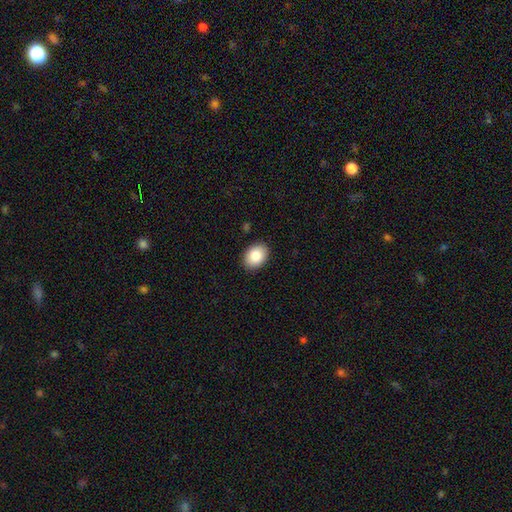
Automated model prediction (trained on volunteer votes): Smooth or featured? smooth (86%)
How rounded? in between (75%)
Merging? none (89%)